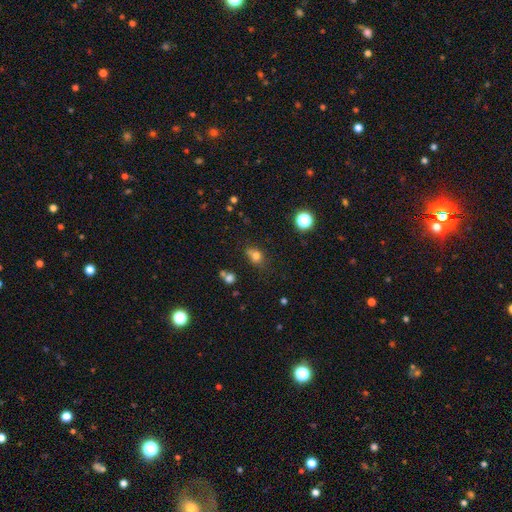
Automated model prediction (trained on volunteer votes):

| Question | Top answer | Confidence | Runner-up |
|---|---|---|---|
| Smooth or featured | smooth | 74% | star or artifact (16%) |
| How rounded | round | 51% | in between (47%) |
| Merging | none | 52% | minor disturbance (24%) |